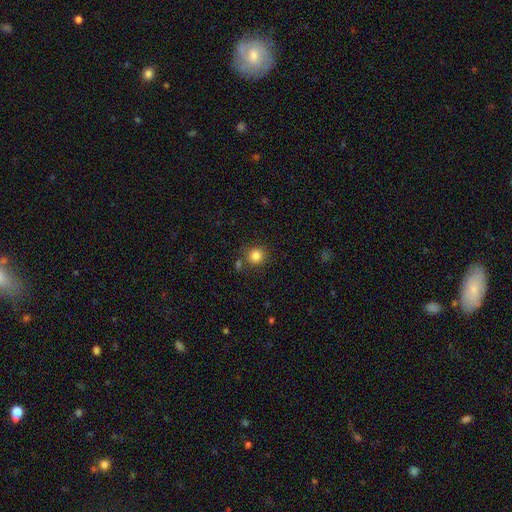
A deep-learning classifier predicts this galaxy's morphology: A smooth galaxy with no disk features (84%) that is round (89%).

Vote fractions:
- Smooth or featured? smooth: 84% / star or artifact: 11% / featured or disk: 5%
- How rounded? round: 89% / in between: 10% / cigar-shaped: 1%
- Merging? none: 79% / minor disturbance: 10% / merger: 9% / major disturbance: 3%